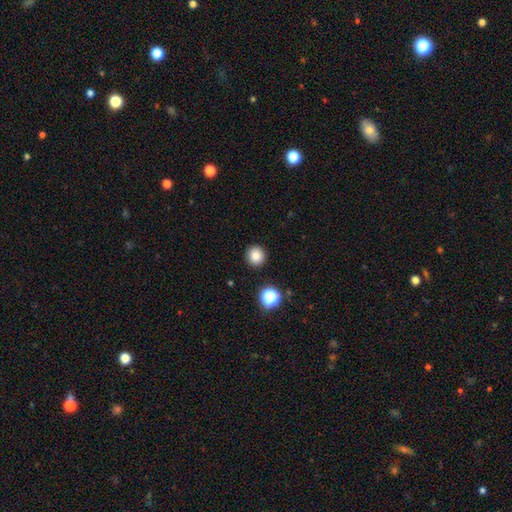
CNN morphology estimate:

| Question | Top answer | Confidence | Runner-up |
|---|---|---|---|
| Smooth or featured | smooth | 84% | star or artifact (12%) |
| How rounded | round | 94% | in between (5%) |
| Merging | none | 92% | minor disturbance (5%) |